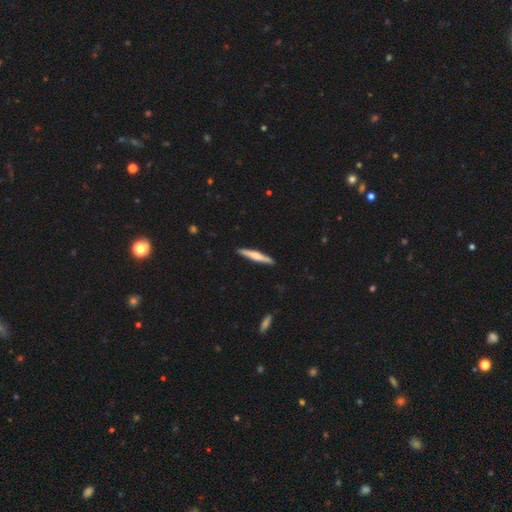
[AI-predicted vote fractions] A smooth galaxy with no disk features (51%) that is cigar-shaped (93%). Merging: none (91%).